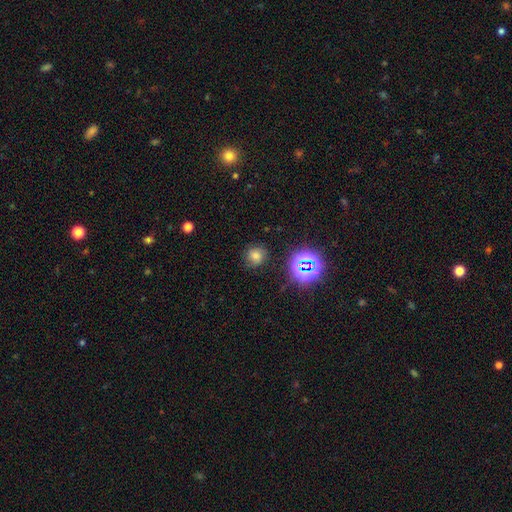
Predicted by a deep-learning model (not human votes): This is likely a smooth galaxy (65%). How rounded: clearly round (84%). Merging: clearly none (82%).